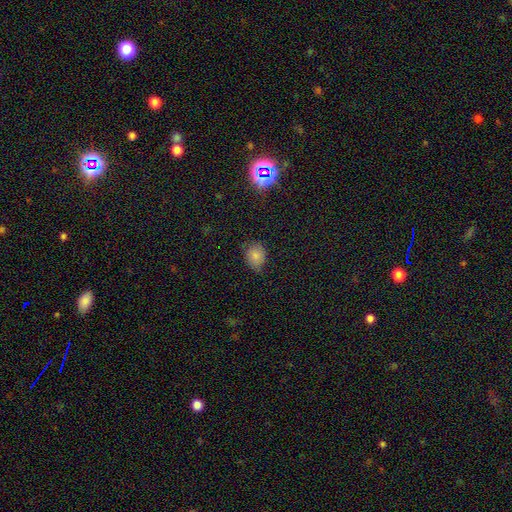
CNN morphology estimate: smooth-or-featured: smooth: 79% | star or artifact: 12% | featured or disk: 9%
  how-rounded: round: 50% | in between: 49% | cigar-shaped: 1%
  merging: none: 66% | minor disturbance: 28% | major disturbance: 5% | merger: 1%